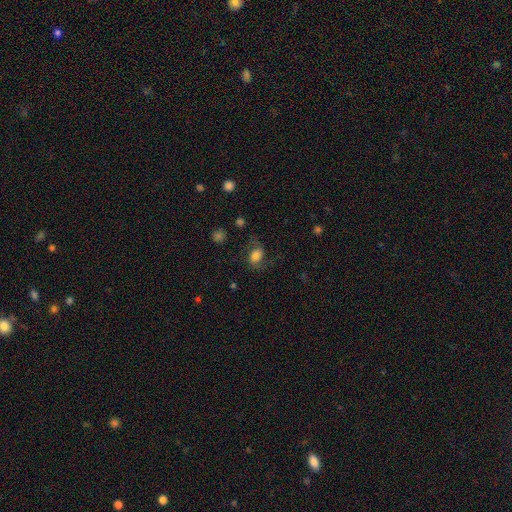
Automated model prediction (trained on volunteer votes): smooth 53%, featured or disk 35%, star or artifact 11%. Down the decision tree: how rounded — in between (70%); merging — none (61%).